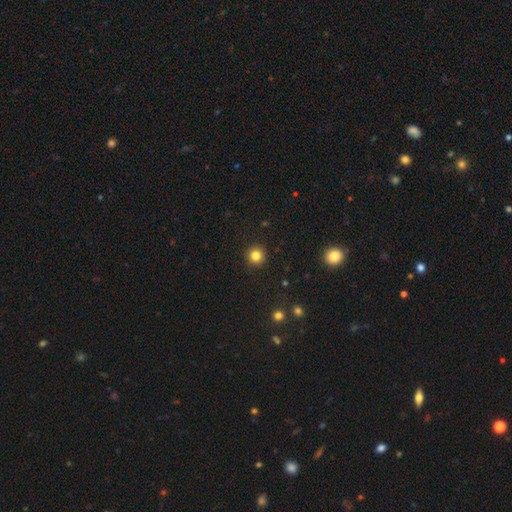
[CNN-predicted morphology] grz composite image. It shows a smooth galaxy with no disk features (82%) that is round (95%). Merging: none (92%).